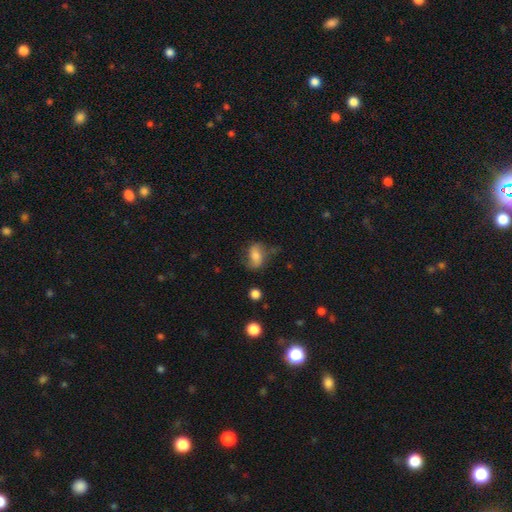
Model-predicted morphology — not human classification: This appears to be a smooth galaxy with no disk features (59%) that is in between round and cigar-shaped (79%). Merging: none (55%).